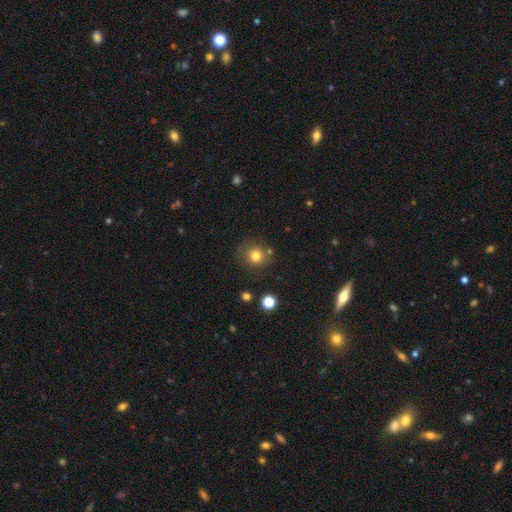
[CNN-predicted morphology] smooth 80%, star or artifact 13%, featured or disk 8%. Down the decision tree: how rounded — round (89%); merging — none (79%).